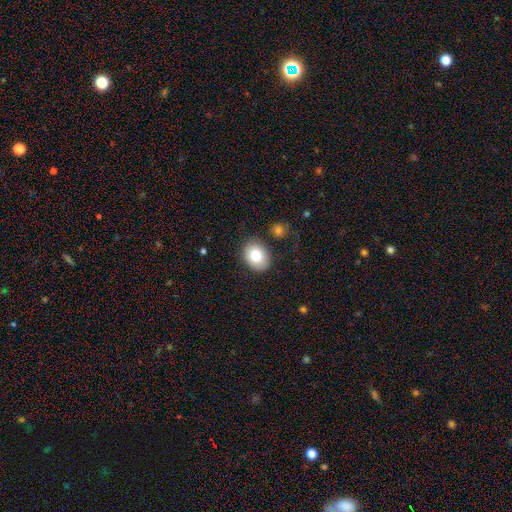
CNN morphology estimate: smooth 77%, featured or disk 14%, star or artifact 8%. Down the decision tree: how rounded — in between (57%); merging — none (83%).